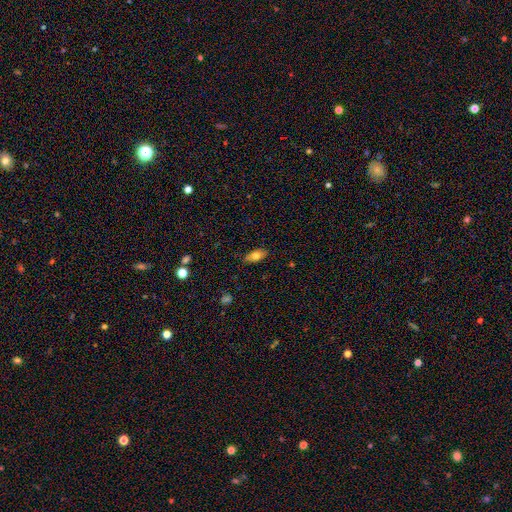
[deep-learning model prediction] This appears to be a smooth galaxy with no disk features (72%) that is in between round and cigar-shaped (83%). Merging: none (84%).